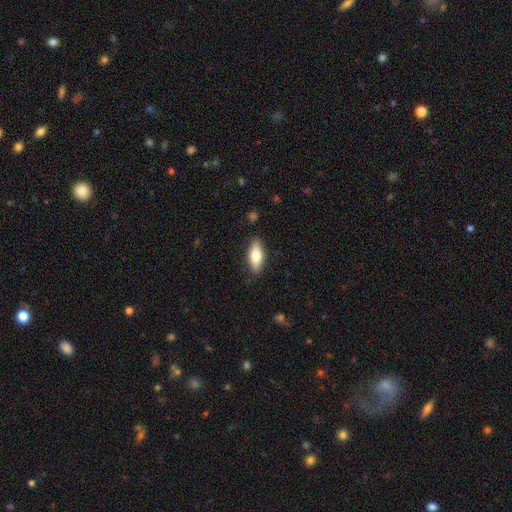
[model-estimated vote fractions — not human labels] smooth 71%, featured or disk 23%, star or artifact 6%. Down the decision tree: how rounded — in between (71%); merging — none (85%).